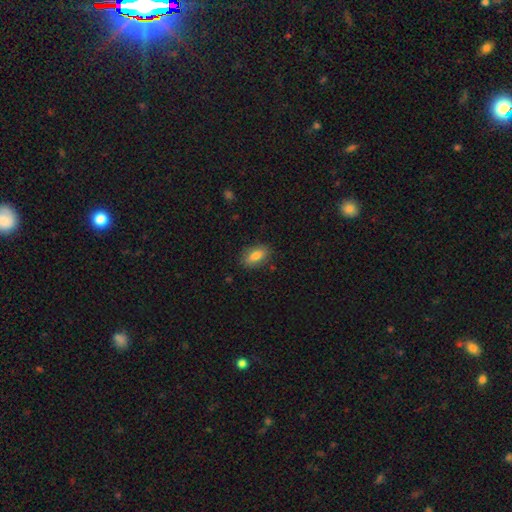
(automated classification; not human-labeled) smooth 80%, featured or disk 12%, star or artifact 8%. Down the decision tree: how rounded — in between (86%); merging — none (85%).